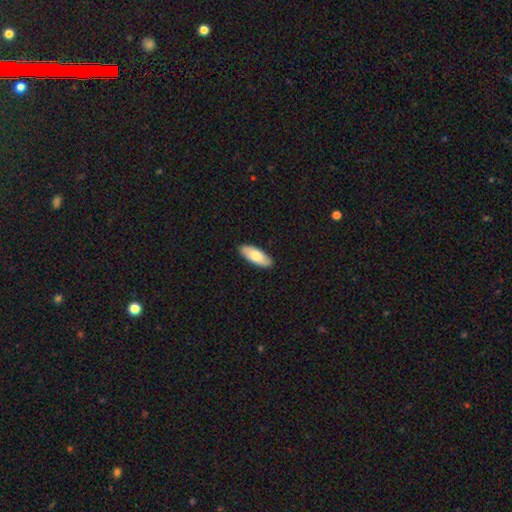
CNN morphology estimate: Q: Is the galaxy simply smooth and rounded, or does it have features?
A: smooth — 74%.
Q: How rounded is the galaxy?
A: in between — 80%.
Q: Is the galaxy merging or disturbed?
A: none — 89%.